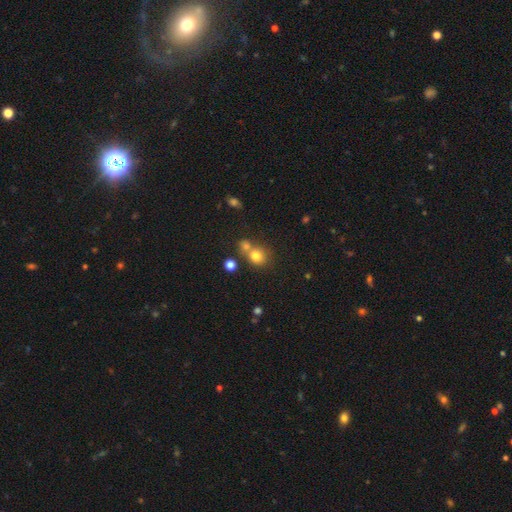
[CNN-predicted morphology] Overall: smooth (76%). How rounded: round (80%). Merging: none (52%; merger 36%).